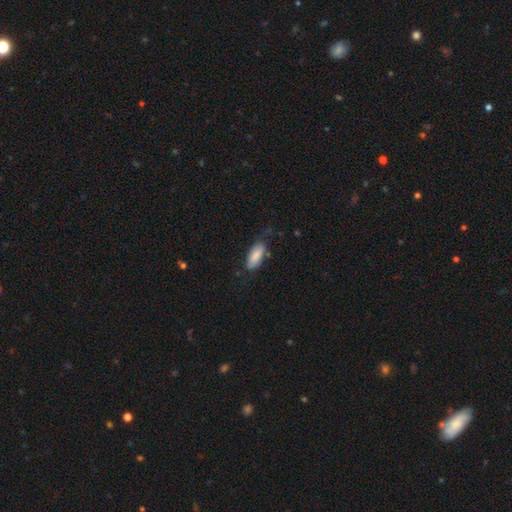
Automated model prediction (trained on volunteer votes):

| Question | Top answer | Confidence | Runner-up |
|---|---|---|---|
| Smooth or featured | smooth | 84% | featured or disk (10%) |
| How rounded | in between | 78% | cigar-shaped (20%) |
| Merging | none | 63% | minor disturbance (26%) |